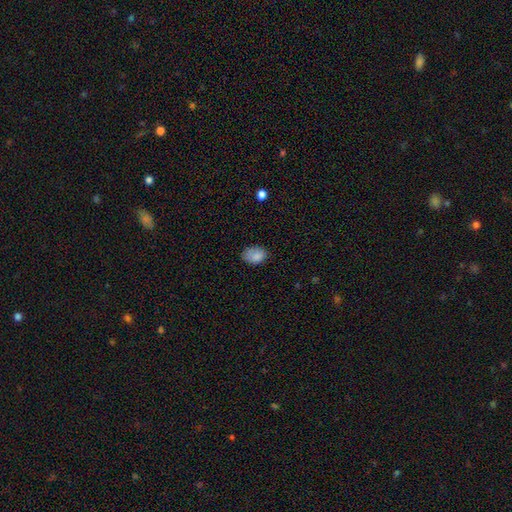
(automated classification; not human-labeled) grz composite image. It shows a smooth galaxy with no disk features (84%) that is in between round and cigar-shaped (82%). Merging: none (65%).